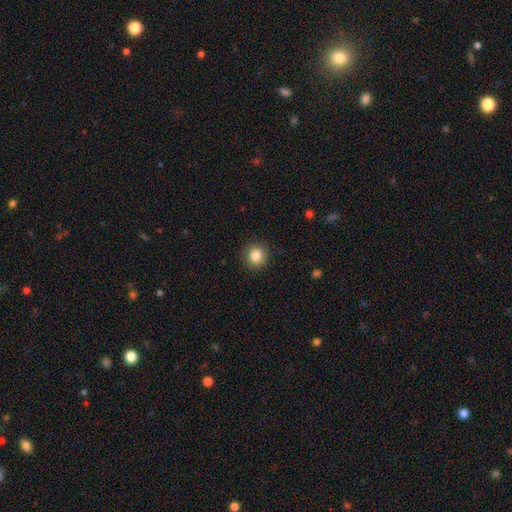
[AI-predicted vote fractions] A smooth galaxy with no disk features (85%) that is round (91%).

Vote fractions:
- Smooth or featured? smooth: 85% / star or artifact: 10% / featured or disk: 5%
- How rounded? round: 91% / in between: 8% / cigar-shaped: 1%
- Merging? none: 90% / minor disturbance: 7% / major disturbance: 2% / merger: 1%